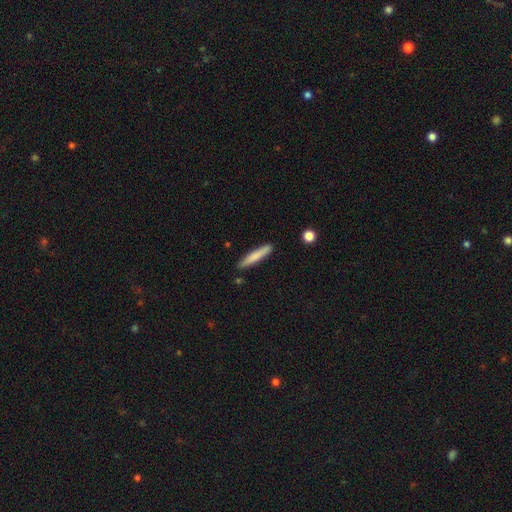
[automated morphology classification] Smooth or featured: smooth — 75% (featured or disk — 19%)
How rounded: cigar-shaped — 93% (in between — 6%)
Merging: none — 87% (minor disturbance — 9%)